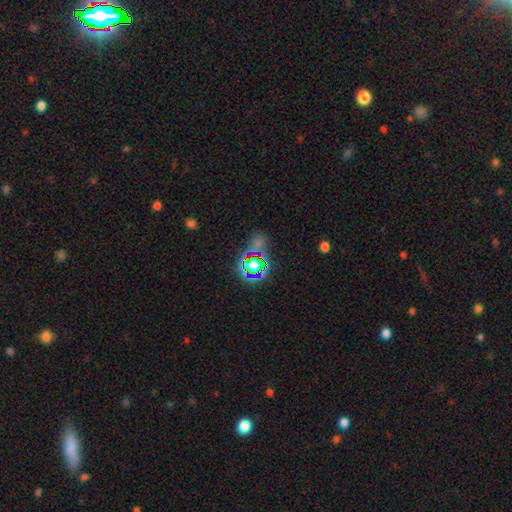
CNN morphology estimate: This is possibly a star or artifact rather than a galaxy (52%).